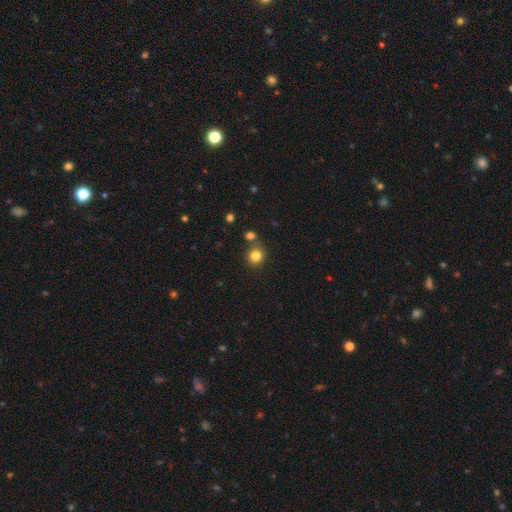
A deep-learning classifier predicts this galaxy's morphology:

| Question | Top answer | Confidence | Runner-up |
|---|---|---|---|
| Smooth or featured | smooth | 82% | star or artifact (12%) |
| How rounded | round | 84% | in between (15%) |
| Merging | none | 70% | merger (17%) |